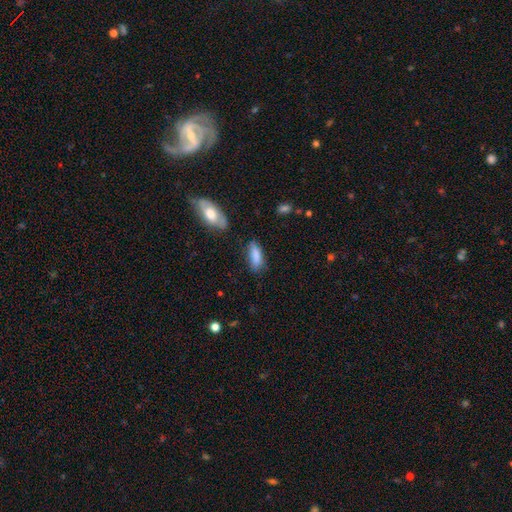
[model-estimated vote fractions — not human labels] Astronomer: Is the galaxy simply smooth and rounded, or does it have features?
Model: smooth — 84%.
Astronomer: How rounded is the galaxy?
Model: in between — 69%.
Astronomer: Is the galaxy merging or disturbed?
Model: none — 65%.